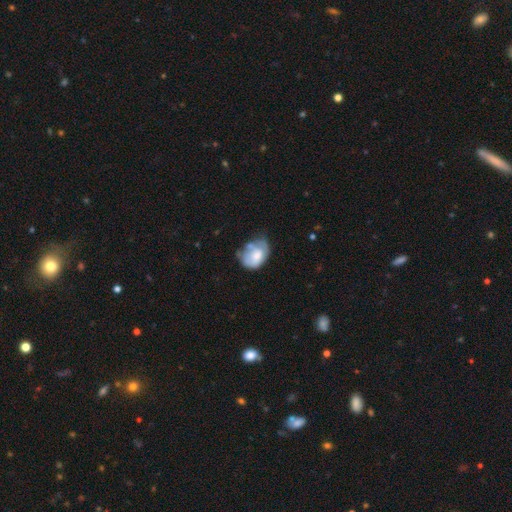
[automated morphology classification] smooth-or-featured: smooth: 62% | featured or disk: 30% | star or artifact: 8%
  how-rounded: in between: 72% | round: 27% | cigar-shaped: 1%
  merging: minor disturbance: 39% | none: 31% | major disturbance: 20% | merger: 10%